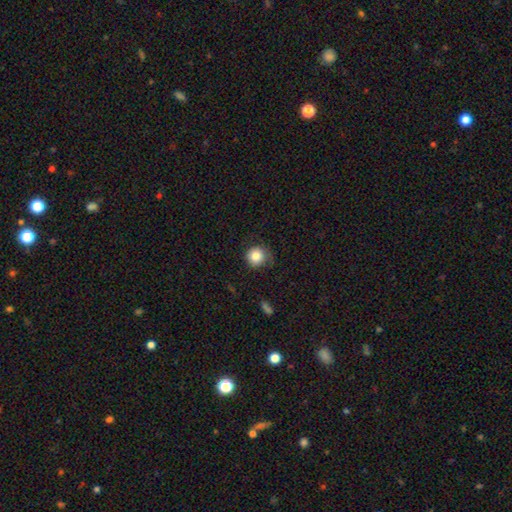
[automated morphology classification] Smooth or featured? Predicted: smooth (p=0.83). How rounded? Predicted: round (p=0.92). Merging? Predicted: none (p=0.71).